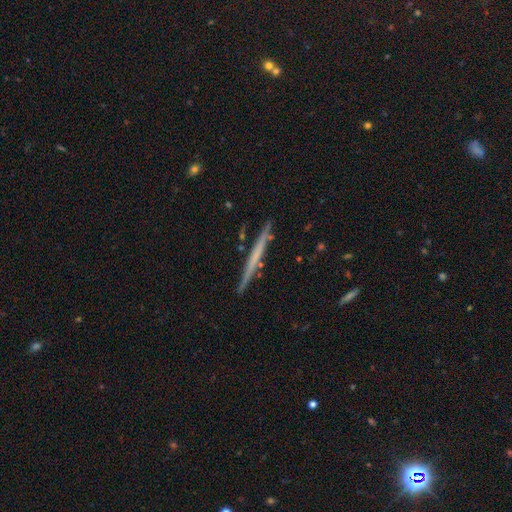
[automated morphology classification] This appears to be a featured or disk galaxy (54%) viewed edge-on (97%) with no central bulge (89%). Merging: none (88%).